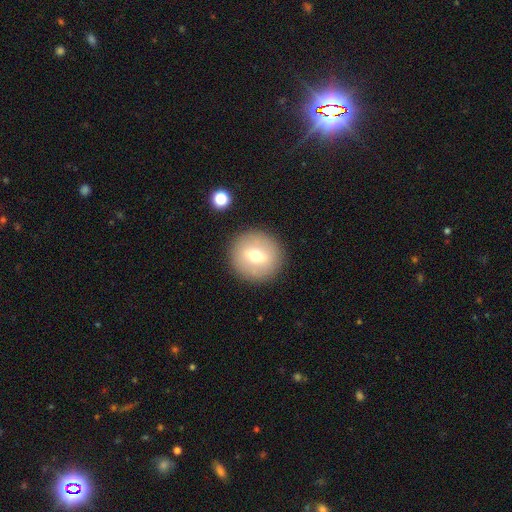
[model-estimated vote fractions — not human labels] A smooth galaxy with no disk features (59%) that is round (92%).

Vote fractions:
- Smooth or featured? smooth: 59% / featured or disk: 32% / star or artifact: 9%
- How rounded? round: 92% / in between: 7% / cigar-shaped: 1%
- Merging? none: 88% / minor disturbance: 7% / major disturbance: 3% / merger: 2%